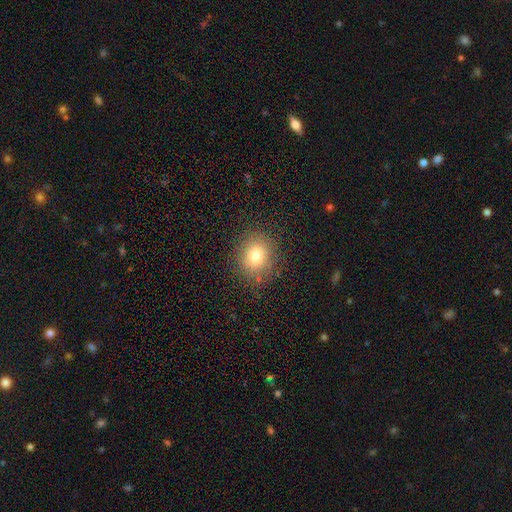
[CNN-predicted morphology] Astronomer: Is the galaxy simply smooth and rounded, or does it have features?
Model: smooth — 76%.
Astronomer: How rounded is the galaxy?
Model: round — 68%.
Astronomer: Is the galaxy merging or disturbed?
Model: none — 84%.